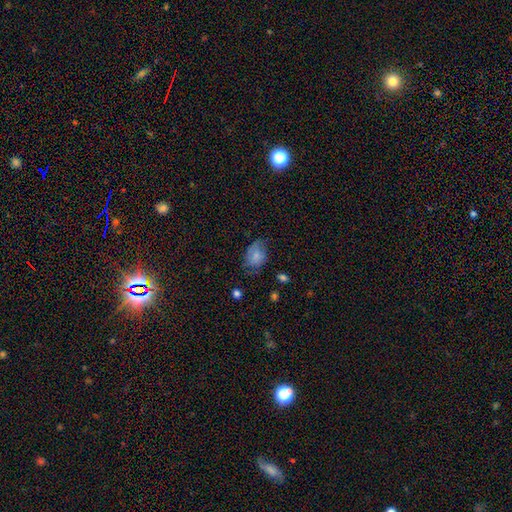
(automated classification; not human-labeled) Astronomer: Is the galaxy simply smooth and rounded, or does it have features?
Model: smooth — 70%.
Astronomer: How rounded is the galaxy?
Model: in between — 75%.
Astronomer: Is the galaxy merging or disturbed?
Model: none — 48% (runner-up: minor disturbance, 35%).